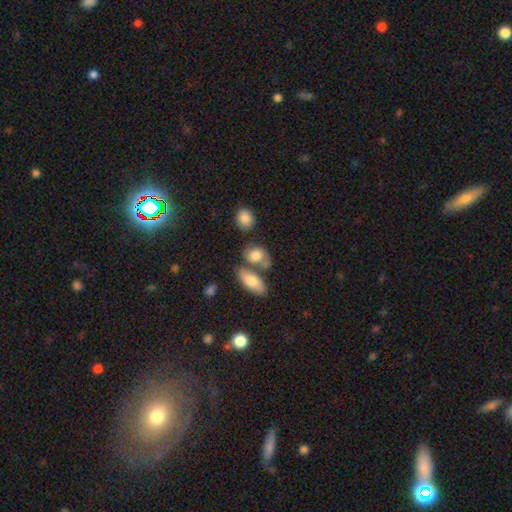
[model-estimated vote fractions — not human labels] Smooth or featured: smooth — 79% (featured or disk — 13%)
How rounded: in between — 72% (round — 25%)
Merging: none — 44% (merger — 35%)